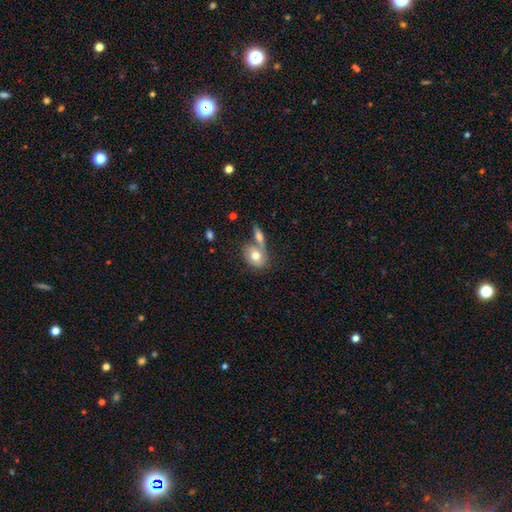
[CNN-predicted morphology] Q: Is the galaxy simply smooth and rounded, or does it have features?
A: smooth — 73%.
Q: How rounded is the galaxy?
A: in between — 63%.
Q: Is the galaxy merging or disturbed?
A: merger — 46%.